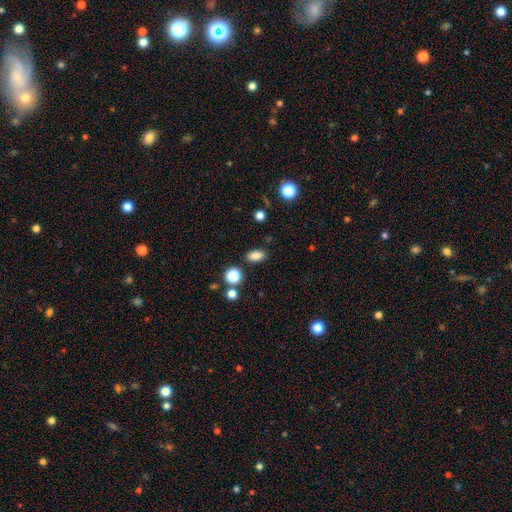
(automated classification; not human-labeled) This is clearly a smooth galaxy (84%). How rounded: clearly in between (86%). Merging: clearly none (86%).